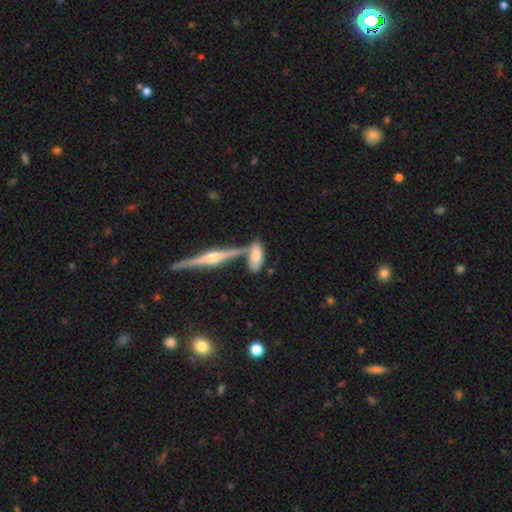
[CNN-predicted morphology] Smooth or featured? smooth (60%)
How rounded? in between (75%)
Merging? none (48%)